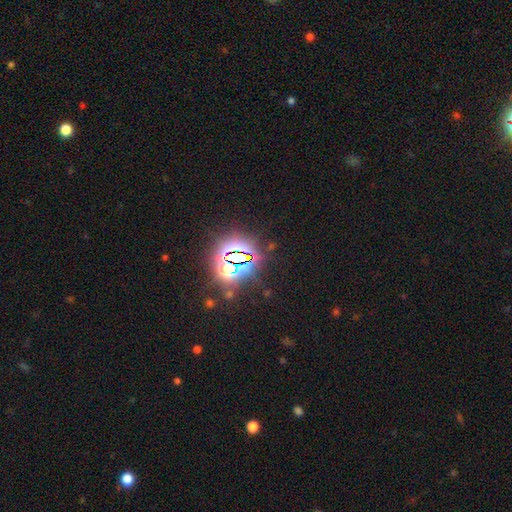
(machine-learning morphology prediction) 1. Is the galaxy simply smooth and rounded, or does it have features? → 82% star or artifact, 11% smooth, 7% featured or disk.